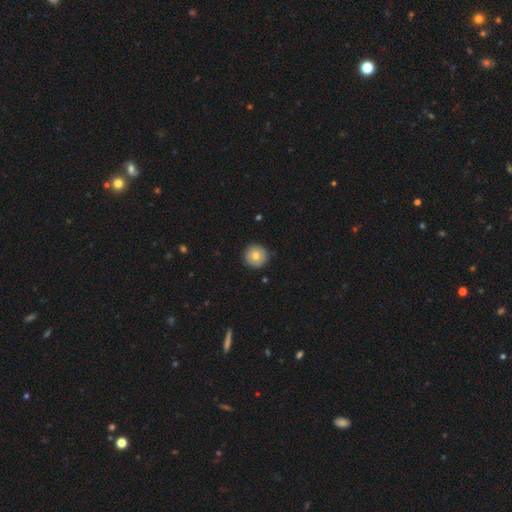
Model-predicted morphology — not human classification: A smooth galaxy with no disk features (76%) that is round (96%).

Vote fractions:
- Smooth or featured? smooth: 76% / featured or disk: 16% / star or artifact: 8%
- How rounded? round: 96% / in between: 3% / cigar-shaped: 1%
- Merging? none: 91% / minor disturbance: 6% / major disturbance: 2% / merger: 1%